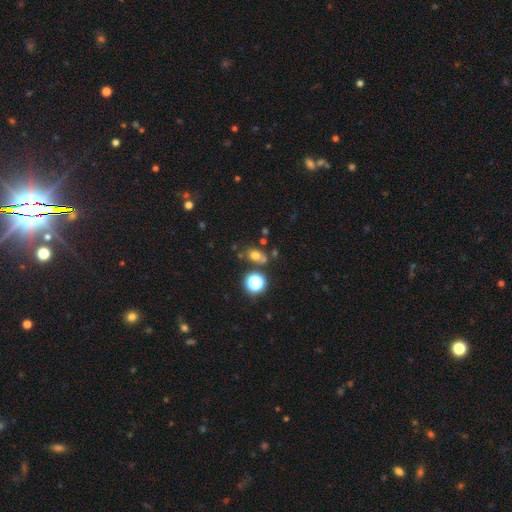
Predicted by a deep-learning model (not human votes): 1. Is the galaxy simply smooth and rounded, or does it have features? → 67% smooth, 22% star or artifact, 11% featured or disk.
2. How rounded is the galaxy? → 54% in between, 44% round, 2% cigar-shaped.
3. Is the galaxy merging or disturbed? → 66% none, 15% merger, 14% minor disturbance, 5% major disturbance.